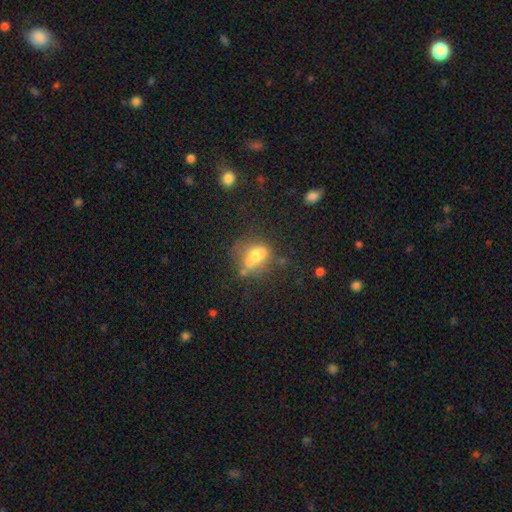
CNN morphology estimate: A smooth galaxy with no disk features (51%) that is in between round and cigar-shaped (57%). Merging: none (39%).